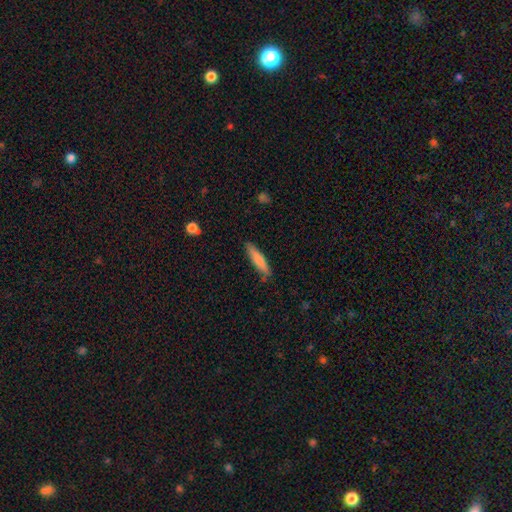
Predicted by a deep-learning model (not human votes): A smooth galaxy with no disk features (73%) that is cigar-shaped (88%). Merging: none (85%).